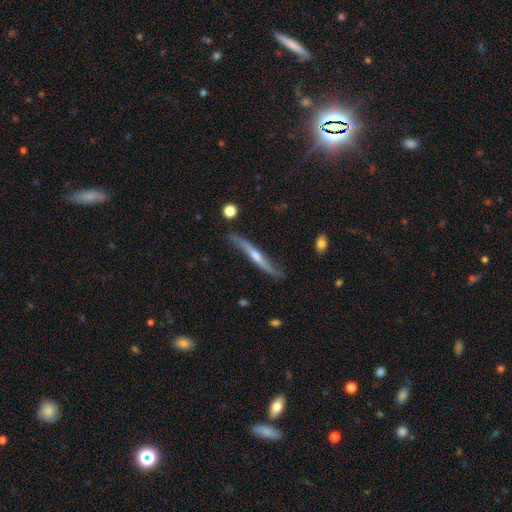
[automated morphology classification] Q: Smooth or featured?
A: featured or disk (67%); runner-up: smooth (27%)
Q: Edge-on disk?
A: yes (85%); runner-up: no (15%)
Q: Edge-on bulge?
A: rounded (60%); runner-up: none (30%)
Q: Merging?
A: none (72%); runner-up: minor disturbance (20%)